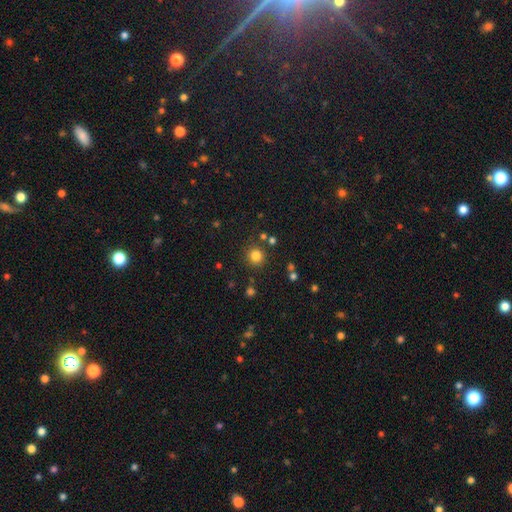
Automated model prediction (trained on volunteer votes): The model was most divided on "smooth or featured": smooth: 81%, star or artifact: 14%, featured or disk: 5%. More confident: how rounded — round (93%); merging — none (85%).